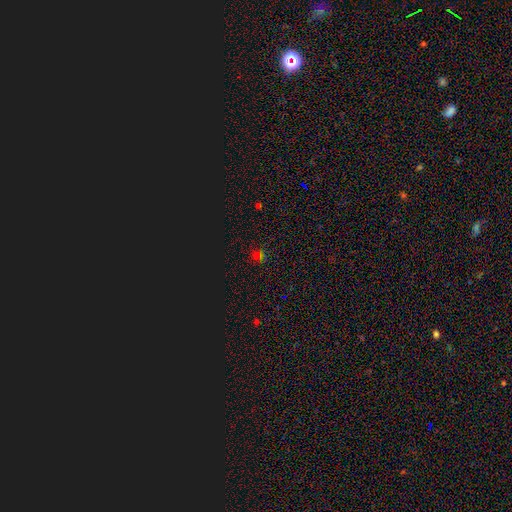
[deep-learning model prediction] star or artifact 56%, smooth 37%, featured or disk 7%.